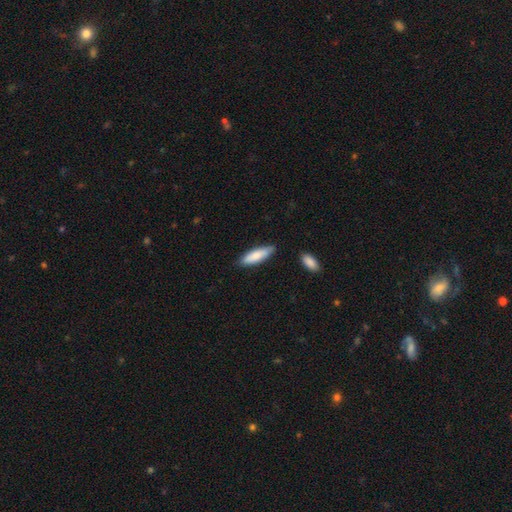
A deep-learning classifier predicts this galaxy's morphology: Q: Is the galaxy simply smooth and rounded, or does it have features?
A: smooth — 82%.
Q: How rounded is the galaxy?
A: cigar-shaped — 55%.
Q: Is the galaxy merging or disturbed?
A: none — 80%.